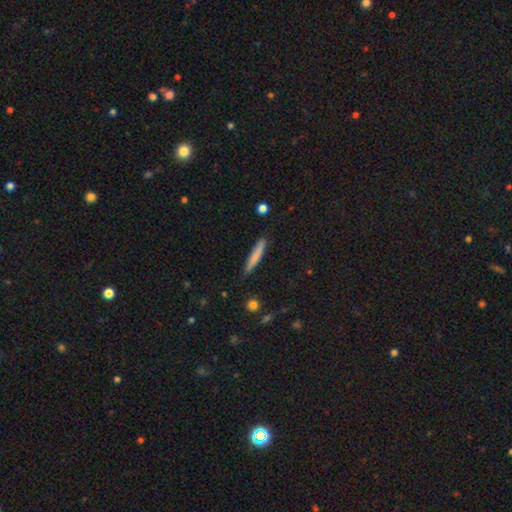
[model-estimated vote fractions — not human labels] Smooth or featured: smooth — 76% (featured or disk — 18%)
How rounded: cigar-shaped — 94% (in between — 5%)
Merging: none — 85% (minor disturbance — 11%)